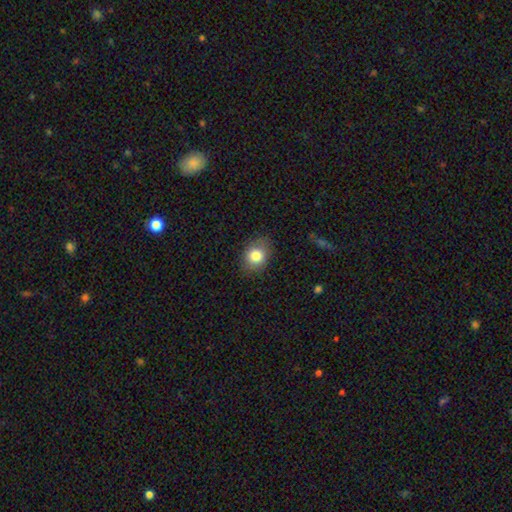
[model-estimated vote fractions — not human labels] Smooth or featured? Predicted: smooth (p=0.82). How rounded? Predicted: round (p=0.50). Merging? Predicted: none (p=0.82).